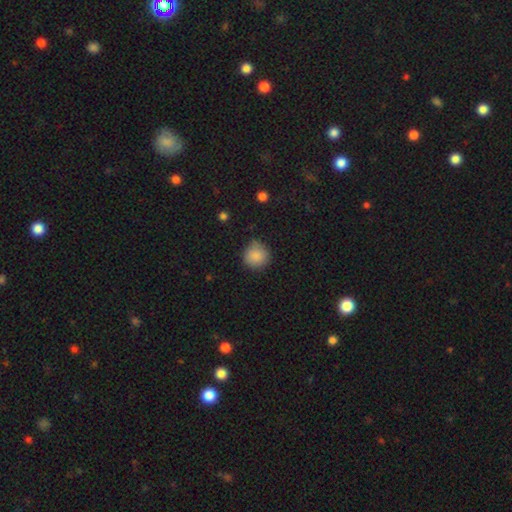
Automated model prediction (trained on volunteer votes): Smooth or featured: smooth — 87% (star or artifact — 9%)
How rounded: round — 93% (in between — 6%)
Merging: none — 80% (minor disturbance — 15%)